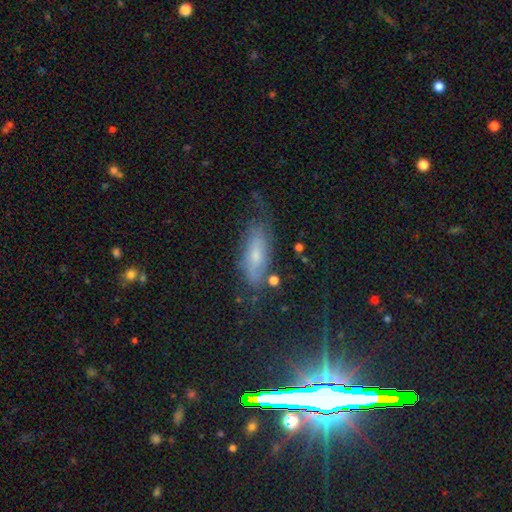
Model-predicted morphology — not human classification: Smooth or featured? Predicted: smooth (p=0.47). Merging? Predicted: none (p=0.57).